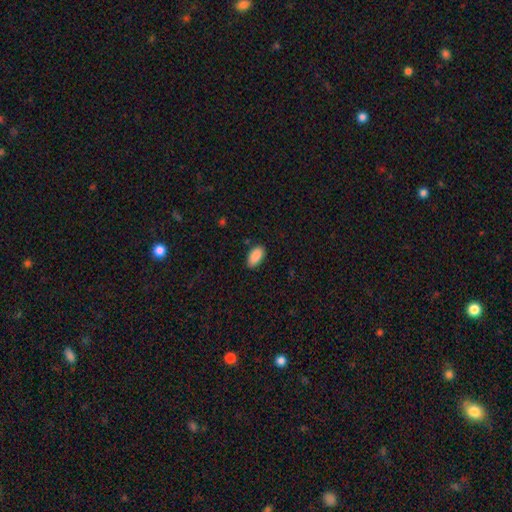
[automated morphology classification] The model was most divided on "merging": none: 83%, minor disturbance: 13%, major disturbance: 2%, merger: 1%. More confident: how rounded — in between (94%); smooth or featured — smooth (89%).